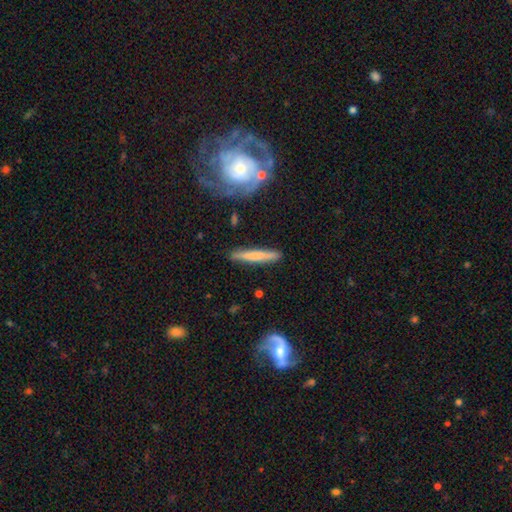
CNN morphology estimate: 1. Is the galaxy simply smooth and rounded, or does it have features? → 60% smooth, 34% featured or disk, 5% star or artifact.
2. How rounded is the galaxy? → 94% cigar-shaped, 4% in between, 2% round.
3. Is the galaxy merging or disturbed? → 86% none, 9% minor disturbance, 3% merger, 2% major disturbance.